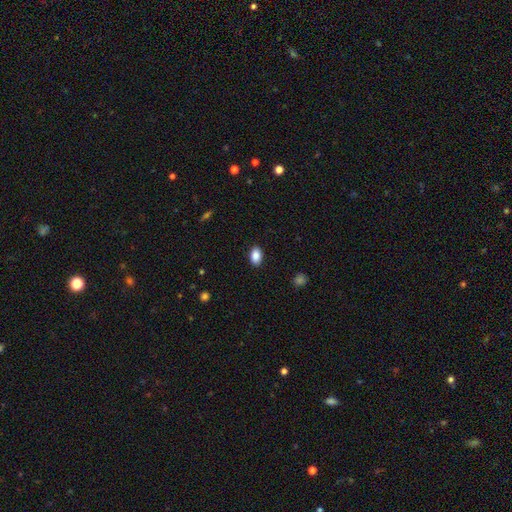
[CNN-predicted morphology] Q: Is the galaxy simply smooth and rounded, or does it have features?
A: smooth — 88%.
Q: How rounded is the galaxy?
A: in between — 89%.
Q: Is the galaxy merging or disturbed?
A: none — 89%.